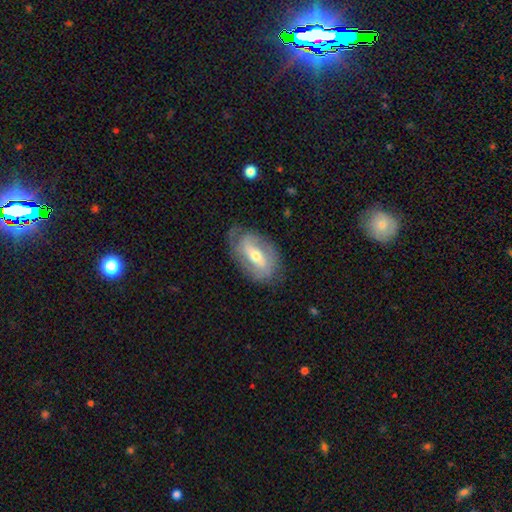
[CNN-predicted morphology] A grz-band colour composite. It shows a featured or disk galaxy (70%) with a strong bar (45%), spiral arms (75%) and a moderate central bulge (57%). Merging: none (71%).